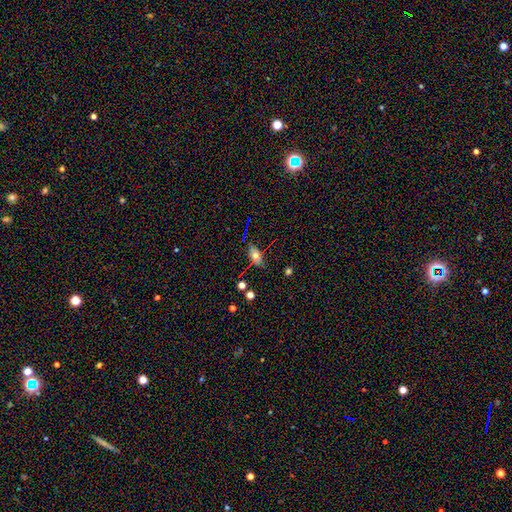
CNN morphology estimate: smooth 64%, star or artifact 19%, featured or disk 17%. Down the decision tree: how rounded — in between (84%); merging — none (72%).